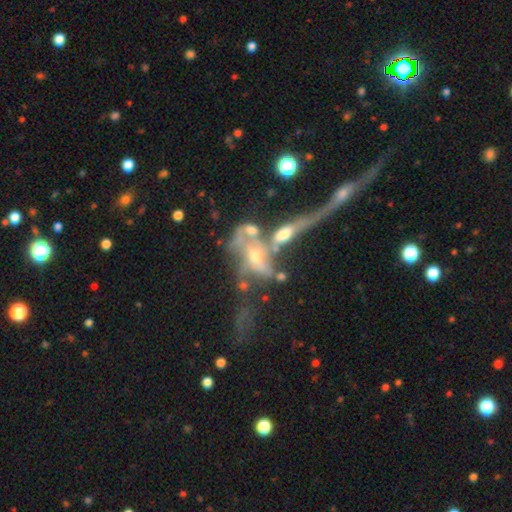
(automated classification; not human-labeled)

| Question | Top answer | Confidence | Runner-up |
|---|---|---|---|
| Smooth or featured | featured or disk | 66% | smooth (20%) |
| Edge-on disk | no | 85% | yes (15%) |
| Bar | no | 74% | weak (19%) |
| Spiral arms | no | 58% | yes (42%) |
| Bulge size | moderate | 51% | small (32%) |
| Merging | merger | 60% | major disturbance (22%) |